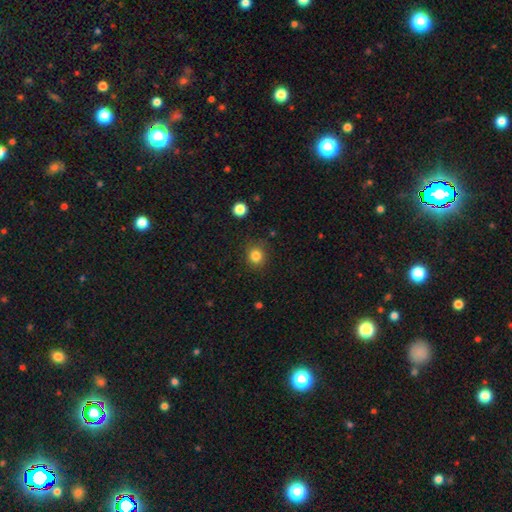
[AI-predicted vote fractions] Q: Smooth or featured?
A: smooth (83%); runner-up: star or artifact (12%)
Q: How rounded?
A: round (86%); runner-up: in between (13%)
Q: Merging?
A: none (84%); runner-up: minor disturbance (11%)